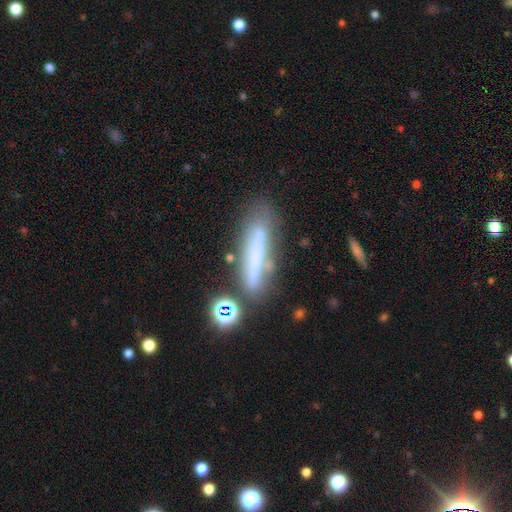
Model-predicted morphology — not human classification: A smooth galaxy with no disk features (48%).

Vote fractions:
- Smooth or featured? smooth: 48% / featured or disk: 37% / star or artifact: 14%
- Merging? none: 59% / minor disturbance: 21% / major disturbance: 10% / merger: 10%